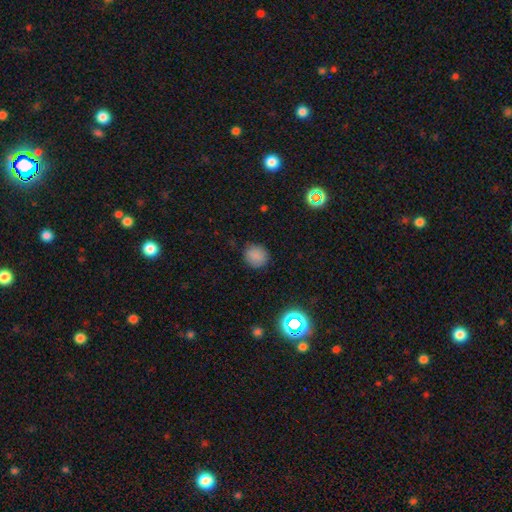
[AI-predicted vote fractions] Q: Smooth or featured?
A: smooth (83%); runner-up: star or artifact (13%)
Q: How rounded?
A: round (85%); runner-up: in between (14%)
Q: Merging?
A: none (86%); runner-up: minor disturbance (10%)